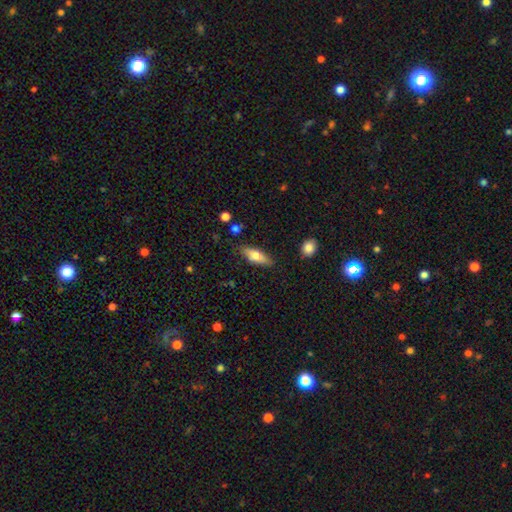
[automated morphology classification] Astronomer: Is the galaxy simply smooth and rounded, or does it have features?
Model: smooth — 66%.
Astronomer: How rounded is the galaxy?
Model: in between — 60% (runner-up: cigar-shaped, 38%).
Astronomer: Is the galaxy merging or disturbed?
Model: none — 81%.